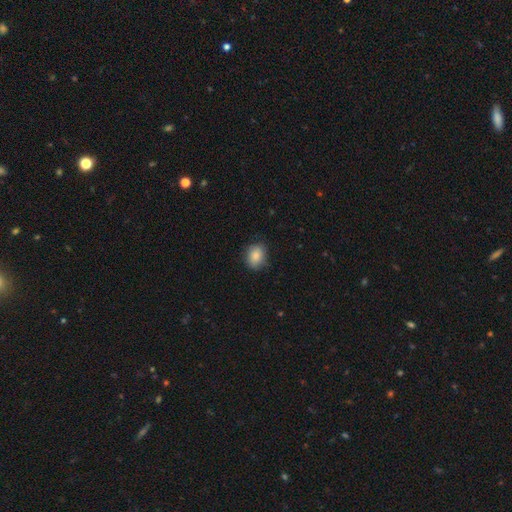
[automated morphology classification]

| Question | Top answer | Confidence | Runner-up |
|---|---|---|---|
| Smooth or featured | smooth | 82% | featured or disk (10%) |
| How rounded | round | 52% | in between (47%) |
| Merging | none | 76% | minor disturbance (19%) |